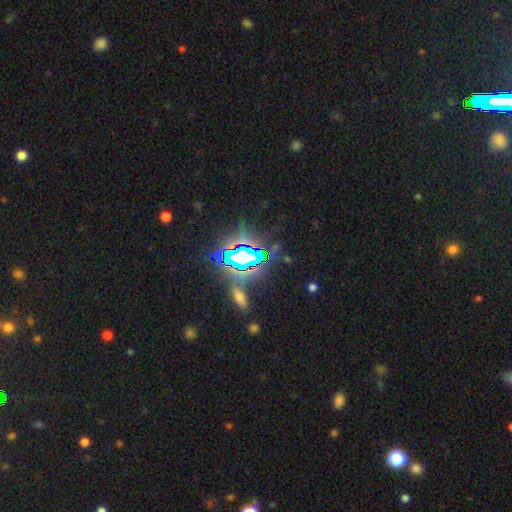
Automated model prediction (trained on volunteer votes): Morphology: type=star or artifact (83%).